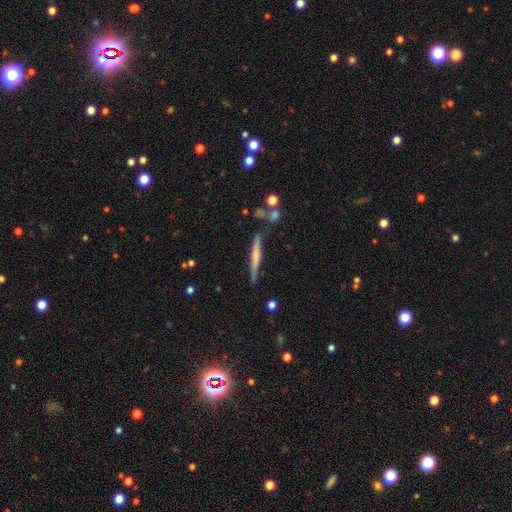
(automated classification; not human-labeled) Smooth or featured?
  - smooth: 47% * (tied)
  - featured or disk: 47% * (tied)
  - star or artifact: 7%
Merging?
  - none: 80% *
  - minor disturbance: 13%
  - merger: 4%
  - major disturbance: 3%